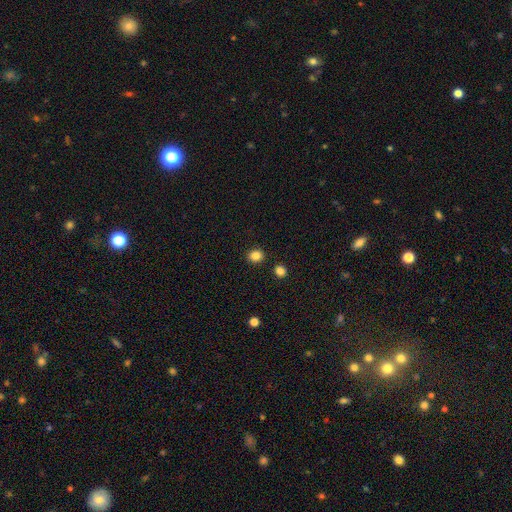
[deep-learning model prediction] Q: Smooth or featured?
A: smooth (85%); runner-up: star or artifact (11%)
Q: How rounded?
A: round (73%); runner-up: in between (26%)
Q: Merging?
A: none (89%); runner-up: minor disturbance (6%)